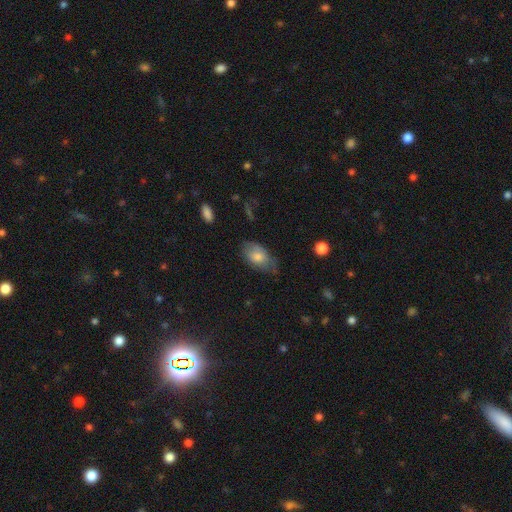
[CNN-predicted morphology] Smooth or featured? Predicted: smooth (p=0.68). How rounded? Predicted: in between (p=0.90). Merging? Predicted: none (p=0.56).